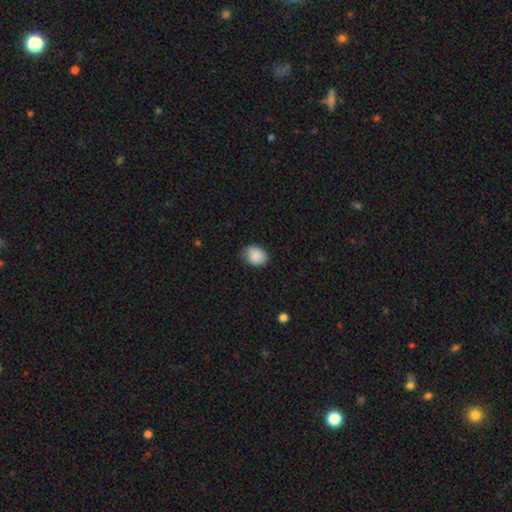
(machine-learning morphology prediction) smooth 87%, star or artifact 8%, featured or disk 5%. Down the decision tree: how rounded — in between (63%); merging — none (71%).